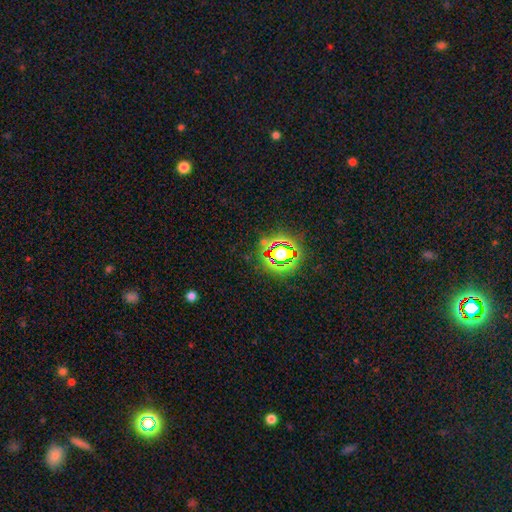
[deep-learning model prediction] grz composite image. It shows a star or artifact, not a galaxy (81%).